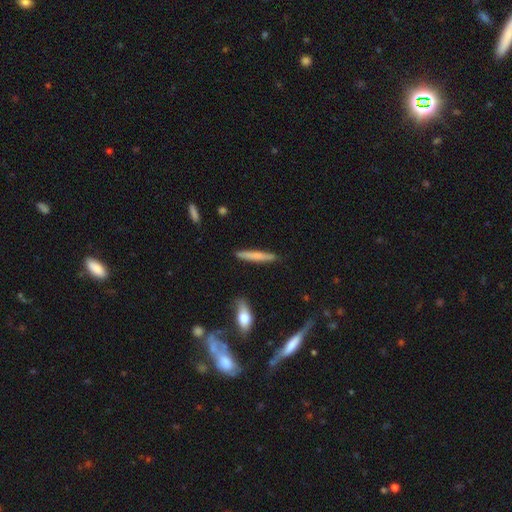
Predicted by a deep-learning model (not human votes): This is likely a smooth galaxy (68%). How rounded: clearly cigar-shaped (93%). Merging: clearly none (88%).